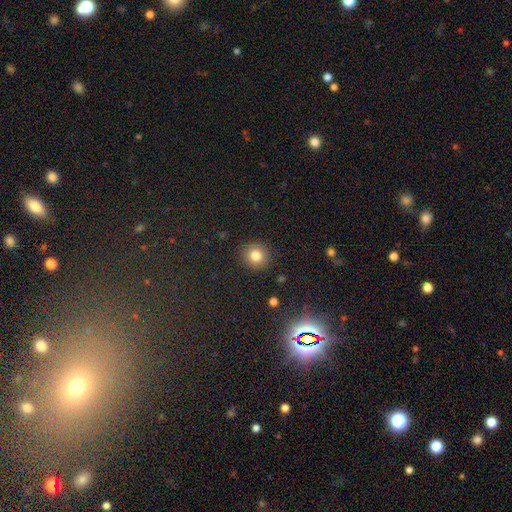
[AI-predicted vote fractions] Smooth or featured: smooth — 81% (star or artifact — 12%)
How rounded: round — 91% (in between — 8%)
Merging: none — 90% (minor disturbance — 6%)